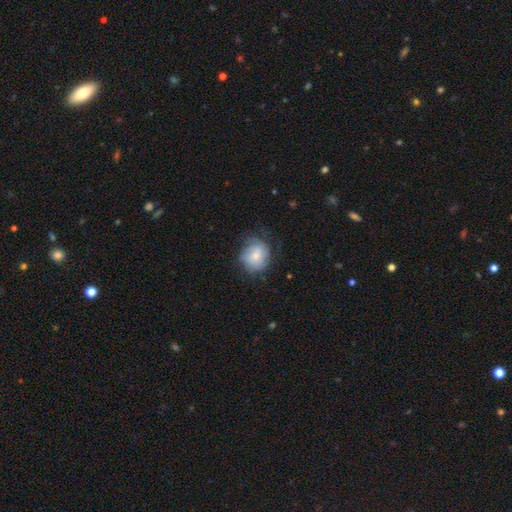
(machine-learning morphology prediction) type=smooth (66%); roundness=round (75%); merging=none (61%).